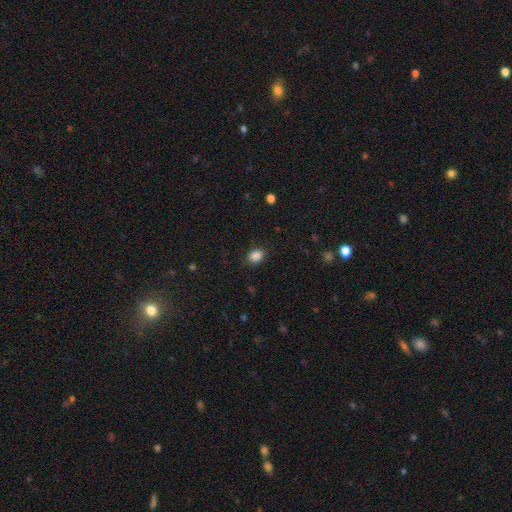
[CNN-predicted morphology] This appears to be a smooth galaxy with no disk features (88%) that is in between round and cigar-shaped (72%). Merging: none (85%).